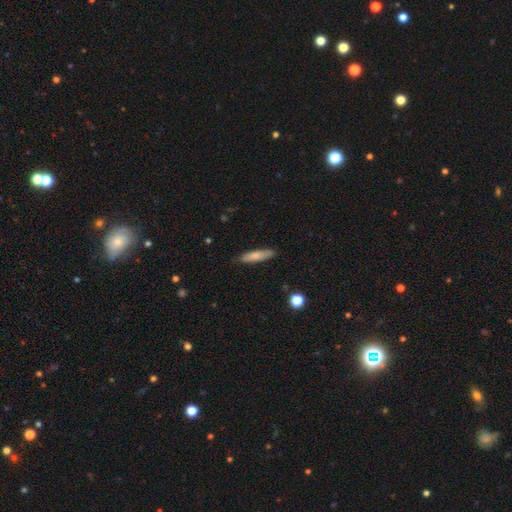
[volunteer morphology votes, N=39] A smooth galaxy with no disk features (85%) that is cigar-shaped (70%). Merging: none (73%).